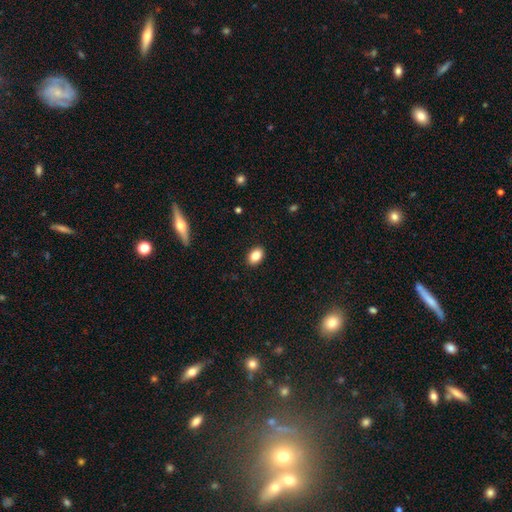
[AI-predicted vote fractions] Smooth or featured? smooth (85%)
How rounded? in between (82%)
Merging? none (90%)